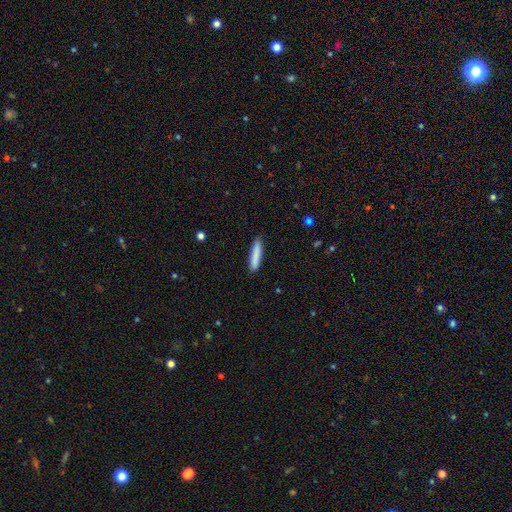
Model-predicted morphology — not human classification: This appears to be a smooth galaxy with no disk features (85%) that is cigar-shaped (89%). Merging: none (87%).